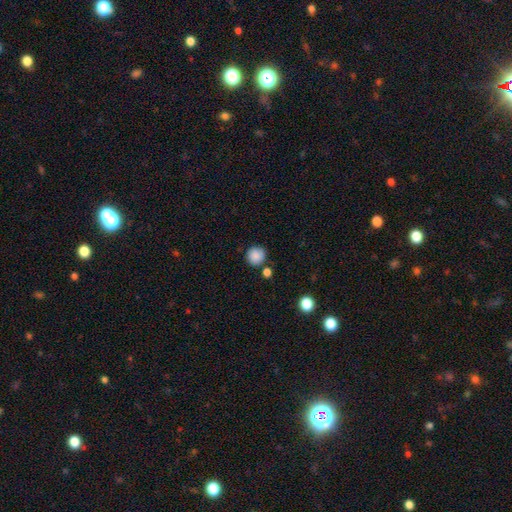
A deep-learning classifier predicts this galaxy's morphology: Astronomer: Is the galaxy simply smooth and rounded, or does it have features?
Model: smooth — 87%.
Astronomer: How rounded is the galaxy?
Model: round — 93%.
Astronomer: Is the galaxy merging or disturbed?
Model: none — 82%.